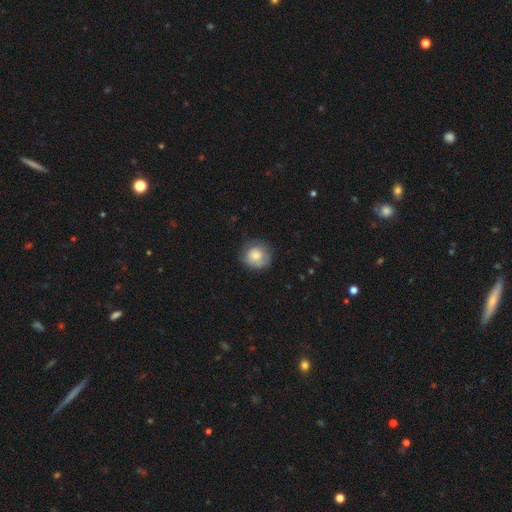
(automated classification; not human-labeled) Smooth or featured?
  - smooth: 73% *
  - featured or disk: 19%
  - star or artifact: 8%
How rounded?
  - round: 87% *
  - in between: 12%
  - cigar-shaped: 1%
Merging?
  - none: 68% *
  - minor disturbance: 24%
  - major disturbance: 7%
  - merger: 1%